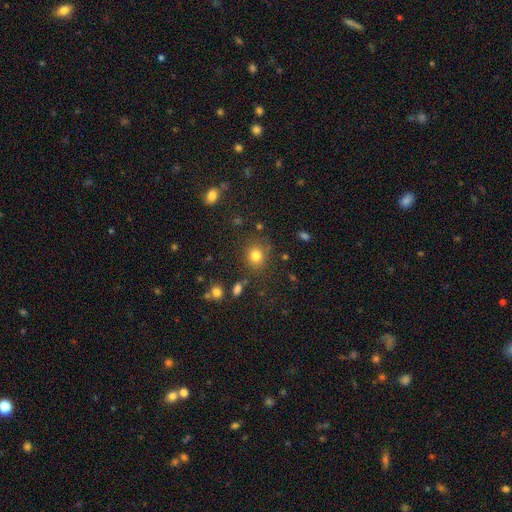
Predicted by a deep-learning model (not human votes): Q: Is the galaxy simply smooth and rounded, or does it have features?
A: smooth — 80%.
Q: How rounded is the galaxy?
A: round — 74%.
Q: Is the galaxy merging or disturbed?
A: none — 78%.